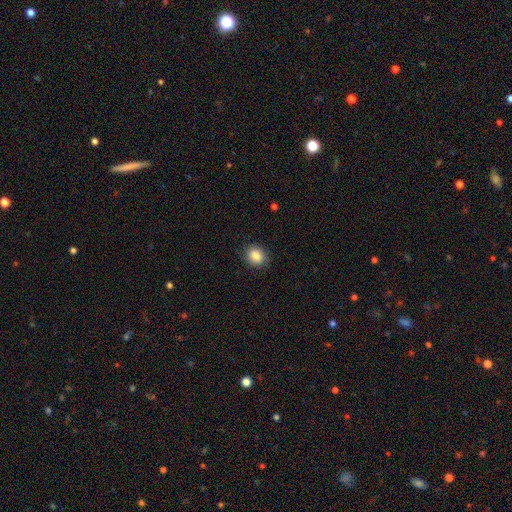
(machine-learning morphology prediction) Smooth or featured: smooth — 86% (star or artifact — 9%)
How rounded: round — 65% (in between — 34%)
Merging: none — 87% (minor disturbance — 9%)